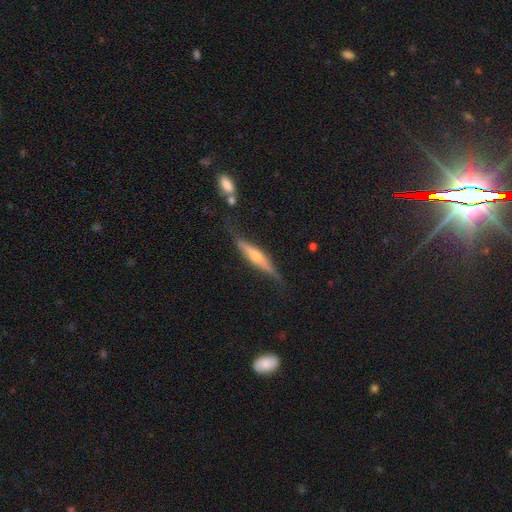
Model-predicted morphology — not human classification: Smooth or featured? Predicted: featured or disk (p=0.67). Edge-on disk? Predicted: yes (p=0.94). Edge-on bulge? Predicted: rounded (p=0.80). Merging? Predicted: none (p=0.70).